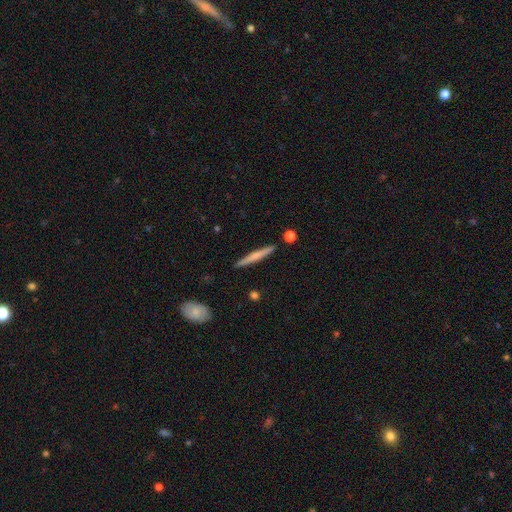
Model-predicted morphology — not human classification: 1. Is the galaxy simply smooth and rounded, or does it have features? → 56% smooth, 39% featured or disk, 5% star or artifact.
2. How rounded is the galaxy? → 95% cigar-shaped, 3% in between, 2% round.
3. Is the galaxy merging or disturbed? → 91% none, 6% minor disturbance, 2% merger, 1% major disturbance.